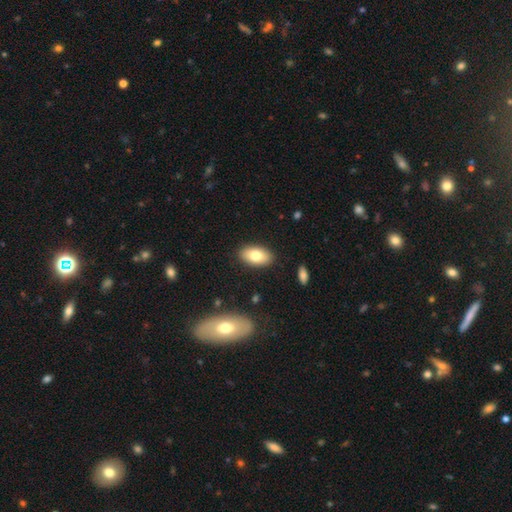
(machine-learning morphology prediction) type=smooth (77%); roundness=in between (94%); merging=none (87%).